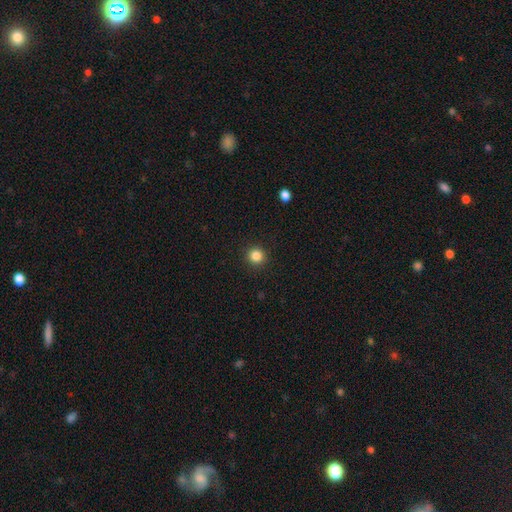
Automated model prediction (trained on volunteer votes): Smooth or featured: smooth — 84% (star or artifact — 12%)
How rounded: round — 94% (in between — 5%)
Merging: none — 92% (minor disturbance — 5%)